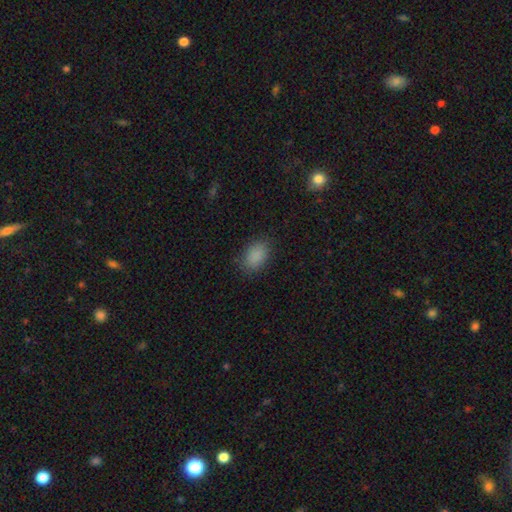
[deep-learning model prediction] smooth_or_featured: smooth (p=0.87) [alt: star or artifact p=0.10]
how_rounded: in between (p=0.80) [alt: round p=0.19]
merging: none (p=0.82) [alt: minor disturbance p=0.13]